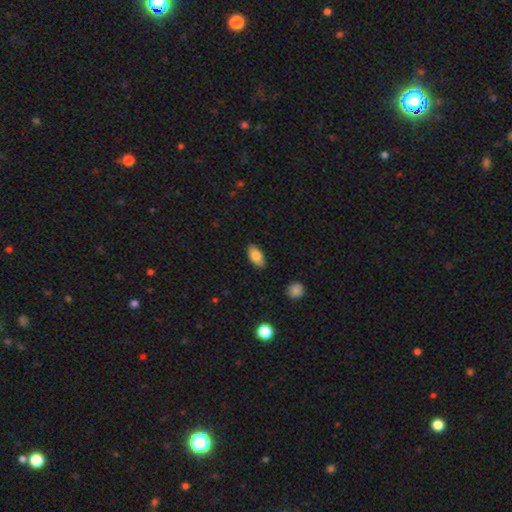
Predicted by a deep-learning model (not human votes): Q: Smooth or featured?
A: smooth (81%); runner-up: featured or disk (12%)
Q: How rounded?
A: in between (91%); runner-up: cigar-shaped (7%)
Q: Merging?
A: none (88%); runner-up: minor disturbance (9%)